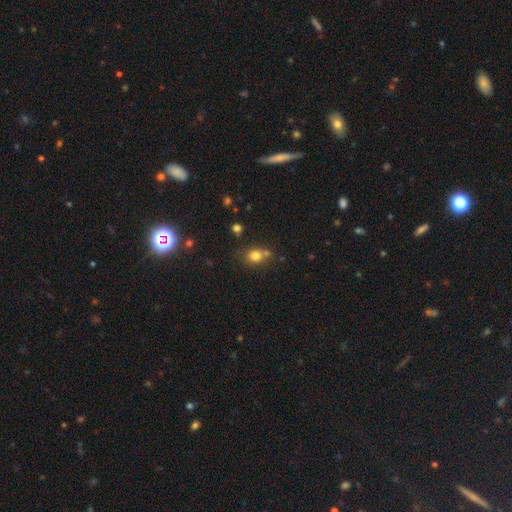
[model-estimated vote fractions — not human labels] Smooth or featured: smooth — 78% (star or artifact — 13%)
How rounded: round — 69% (in between — 30%)
Merging: none — 57% (merger — 23%)